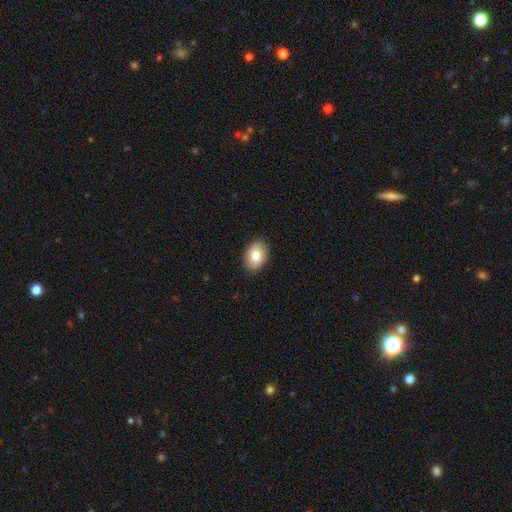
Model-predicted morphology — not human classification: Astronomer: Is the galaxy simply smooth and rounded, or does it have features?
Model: smooth — 79%.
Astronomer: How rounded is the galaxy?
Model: in between — 82%.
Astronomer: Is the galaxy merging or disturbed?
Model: none — 89%.